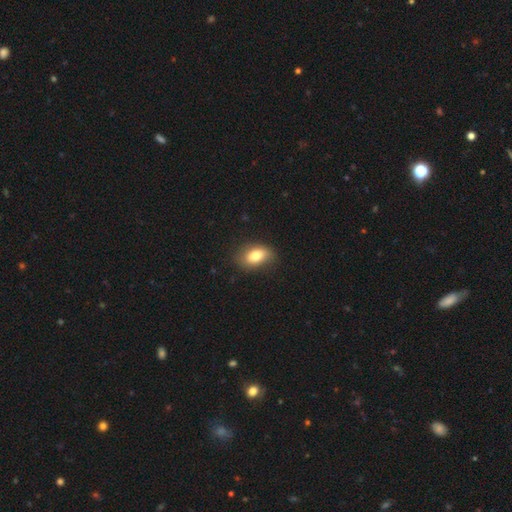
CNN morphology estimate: smooth 80%, featured or disk 13%, star or artifact 8%. Down the decision tree: how rounded — in between (86%); merging — none (78%).